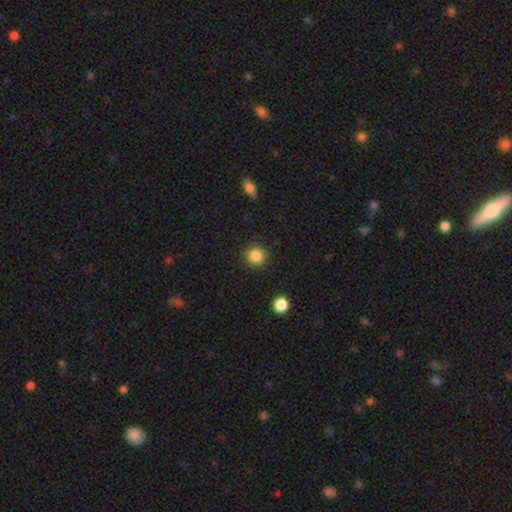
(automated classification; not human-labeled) This is clearly a smooth galaxy (86%). How rounded: clearly round (93%). Merging: clearly none (89%).